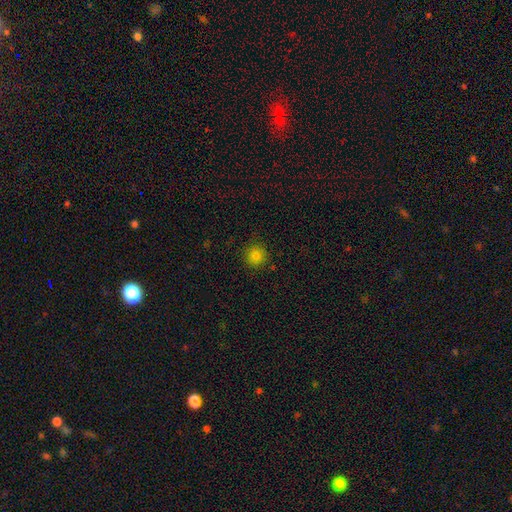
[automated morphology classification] Overall: smooth (82%). How rounded: round (94%). Merging: none (89%).